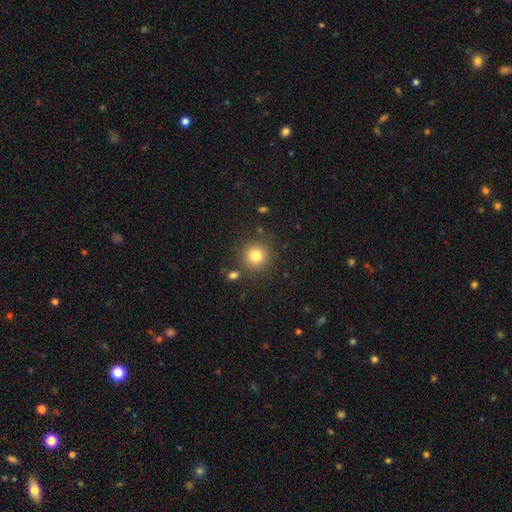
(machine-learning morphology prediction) smooth-or-featured: smooth: 81% | star or artifact: 12% | featured or disk: 7%
  how-rounded: round: 94% | in between: 5% | cigar-shaped: 1%
  merging: none: 85% | minor disturbance: 7% | merger: 4% | major disturbance: 3%